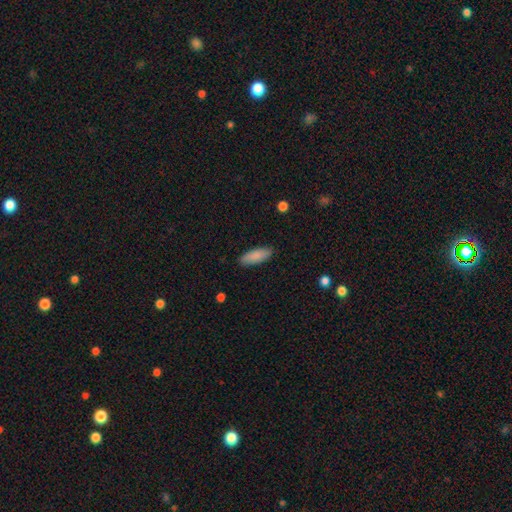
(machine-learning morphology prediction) smooth-or-featured: smooth: 87% | featured or disk: 7% | star or artifact: 6%
  how-rounded: in between: 68% | cigar-shaped: 30% | round: 2%
  merging: none: 88% | minor disturbance: 9% | major disturbance: 2% | merger: 1%